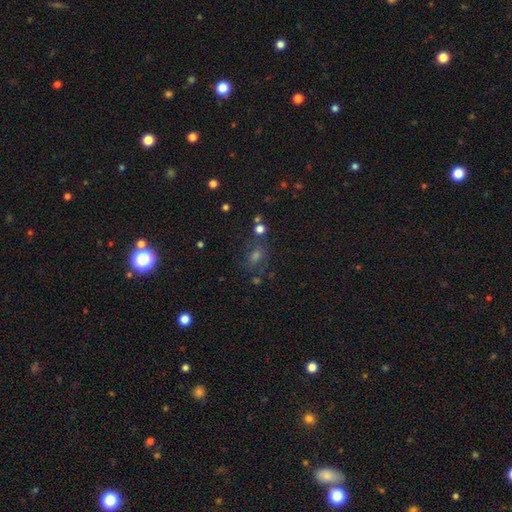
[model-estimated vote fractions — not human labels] Smooth or featured?
  - smooth: 44% *
  - star or artifact: 40%
  - featured or disk: 16%
Merging?
  - none: 69% *
  - minor disturbance: 15%
  - merger: 9%
  - major disturbance: 7%